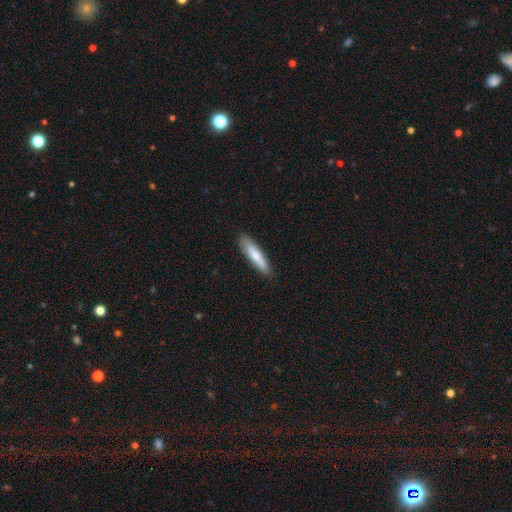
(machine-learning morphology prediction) smooth_or_featured: smooth (p=0.73) [alt: featured or disk p=0.22]
how_rounded: cigar-shaped (p=0.82) [alt: in between p=0.17]
merging: none (p=0.87) [alt: minor disturbance p=0.10]